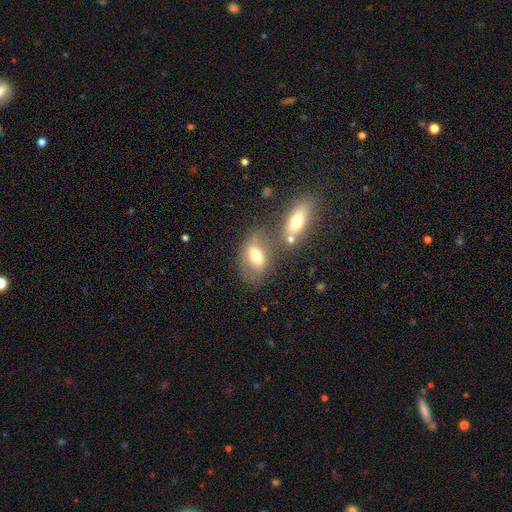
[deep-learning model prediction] This appears to be a smooth galaxy with no disk features (60%) that is in between round and cigar-shaped (85%). Merging: none (45%).